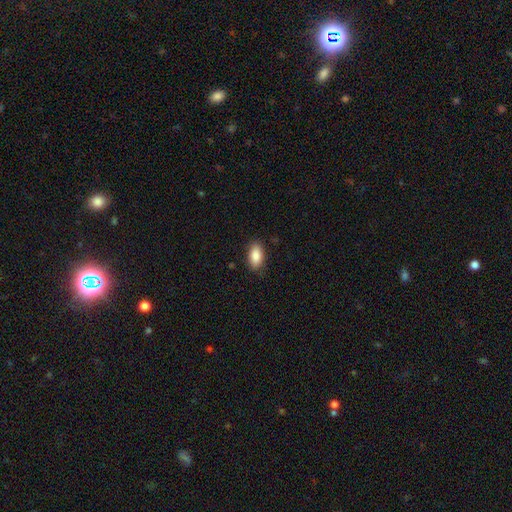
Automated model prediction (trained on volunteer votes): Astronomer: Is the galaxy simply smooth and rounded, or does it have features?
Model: smooth — 87%.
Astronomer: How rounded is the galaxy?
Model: in between — 92%.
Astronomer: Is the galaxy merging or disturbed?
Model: none — 86%.